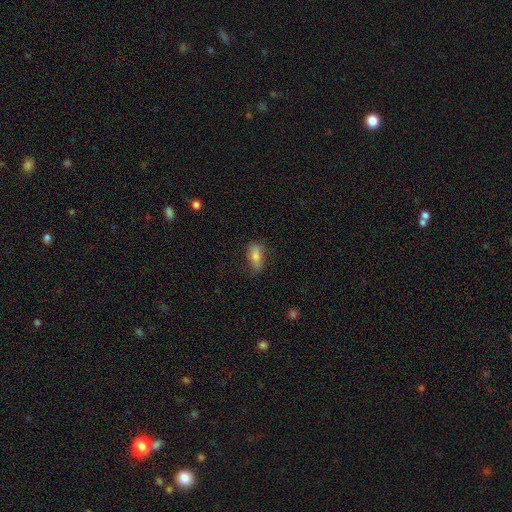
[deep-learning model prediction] smooth 71%, featured or disk 21%, star or artifact 8%. Down the decision tree: how rounded — in between (80%); merging — none (70%).